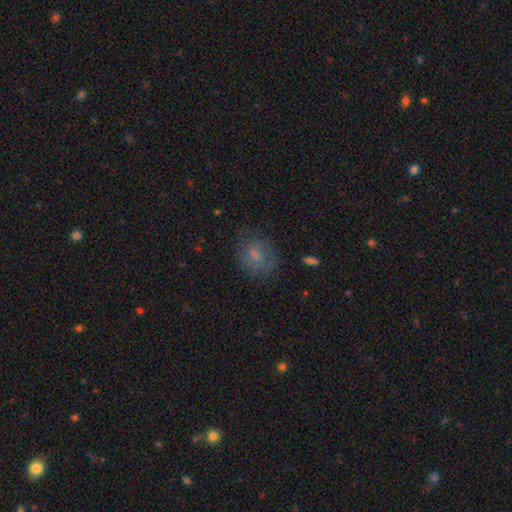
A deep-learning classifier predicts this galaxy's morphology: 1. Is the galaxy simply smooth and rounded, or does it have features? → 58% smooth, 30% featured or disk, 13% star or artifact.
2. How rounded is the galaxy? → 56% round, 42% in between, 2% cigar-shaped.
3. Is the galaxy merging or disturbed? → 68% none, 20% minor disturbance, 11% major disturbance, 2% merger.